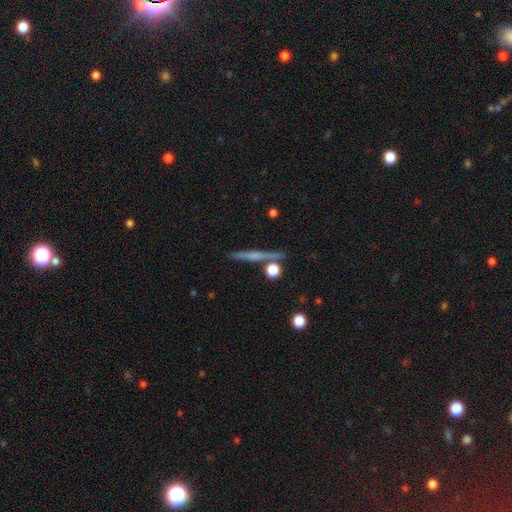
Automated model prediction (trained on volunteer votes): smooth-or-featured: featured or disk: 57% | smooth: 34% | star or artifact: 9%
  disk-edge-on: yes: 96% | no: 4%
    edge-on-bulge: none: 53% | rounded: 37% | boxy: 10%
  merging: none: 85% | minor disturbance: 8% | merger: 5% | major disturbance: 2%